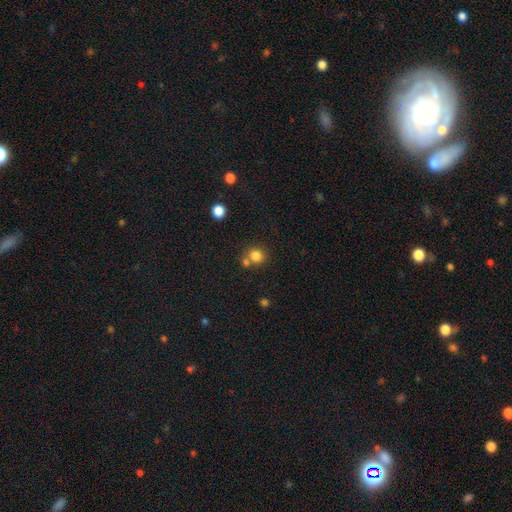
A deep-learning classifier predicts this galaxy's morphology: A smooth galaxy with no disk features (81%) that is round (86%).

Vote fractions:
- Smooth or featured? smooth: 81% / star or artifact: 13% / featured or disk: 7%
- How rounded? round: 86% / in between: 14% / cigar-shaped: 1%
- Merging? none: 60% / merger: 29% / minor disturbance: 8% / major disturbance: 3%